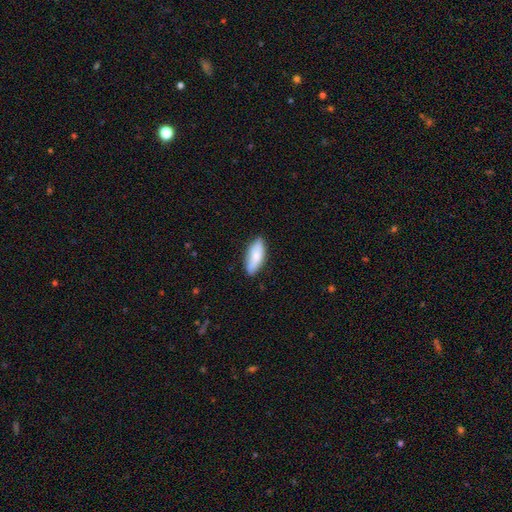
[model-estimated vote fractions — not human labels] This appears to be a smooth galaxy with no disk features (78%) that is in between round and cigar-shaped (76%). Merging: none (80%).